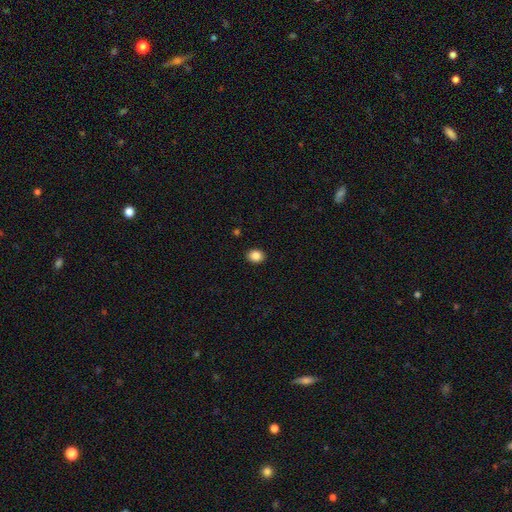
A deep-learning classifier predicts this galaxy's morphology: smooth_or_featured: smooth (p=0.86) [alt: star or artifact p=0.10]
how_rounded: round (p=0.55) [alt: in between p=0.44]
merging: none (p=0.91) [alt: minor disturbance p=0.06]